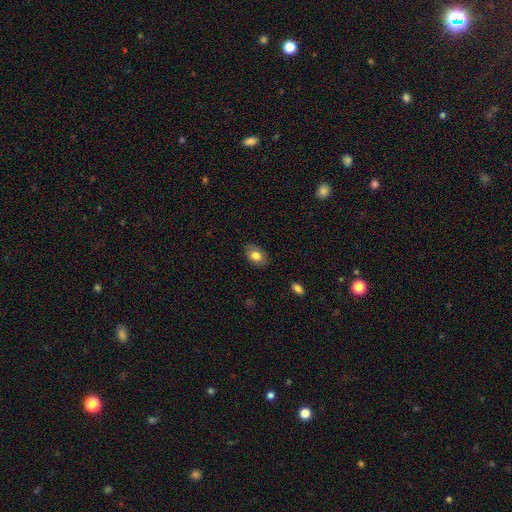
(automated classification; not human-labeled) Morphology: type=smooth (81%); roundness=in between (83%); merging=none (85%).